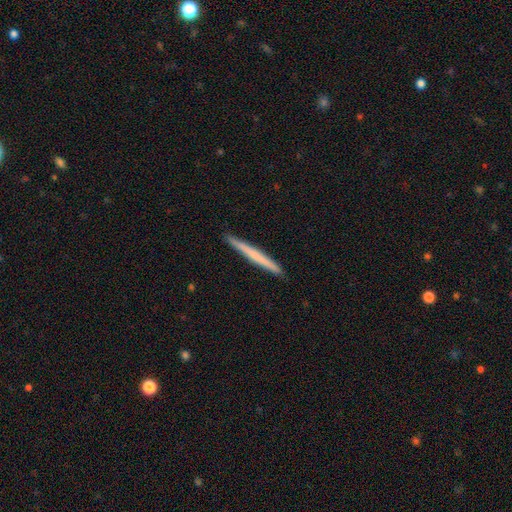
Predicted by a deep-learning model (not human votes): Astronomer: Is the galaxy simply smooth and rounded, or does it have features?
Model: smooth — 55% (runner-up: featured or disk, 40%).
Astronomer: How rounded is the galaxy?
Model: cigar-shaped — 97%.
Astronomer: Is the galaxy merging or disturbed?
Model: none — 93%.